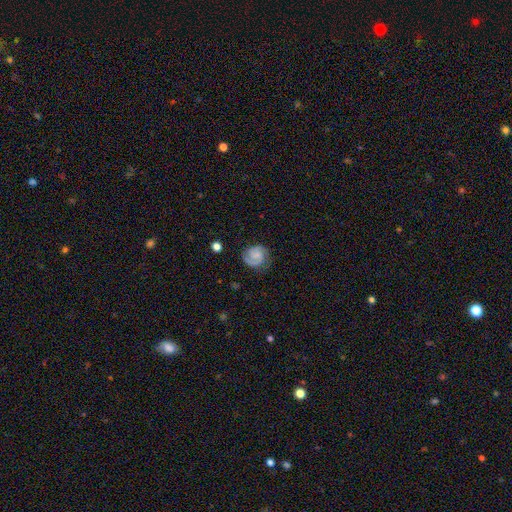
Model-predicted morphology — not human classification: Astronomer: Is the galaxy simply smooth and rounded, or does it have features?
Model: featured or disk — 72%.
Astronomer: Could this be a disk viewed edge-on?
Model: no — 98%.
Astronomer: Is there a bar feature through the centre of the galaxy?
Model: no — 57% (runner-up: weak, 36%).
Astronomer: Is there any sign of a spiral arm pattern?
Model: yes — 96%.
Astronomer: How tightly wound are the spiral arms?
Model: tight — 53% (runner-up: medium, 37%).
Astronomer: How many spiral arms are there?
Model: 2 — 68%.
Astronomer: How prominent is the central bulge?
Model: none — 47% (runner-up: small, 31%).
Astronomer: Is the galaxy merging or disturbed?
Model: none — 74%.